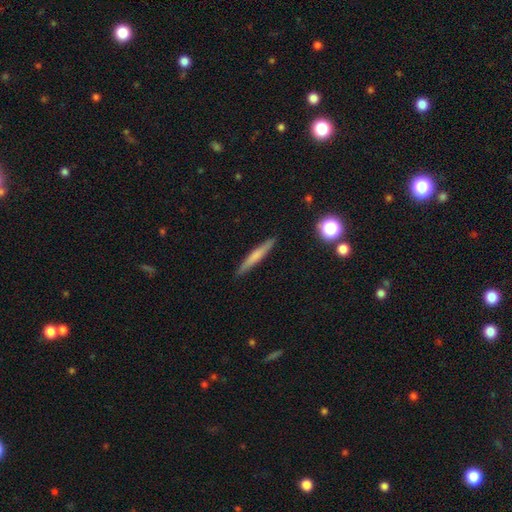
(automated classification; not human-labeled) A smooth galaxy with no disk features (59%) that is cigar-shaped (95%).

Vote fractions:
- Smooth or featured? smooth: 59% / featured or disk: 34% / star or artifact: 7%
- How rounded? cigar-shaped: 95% / in between: 4% / round: 2%
- Merging? none: 91% / minor disturbance: 7% / major disturbance: 2% / merger: 1%